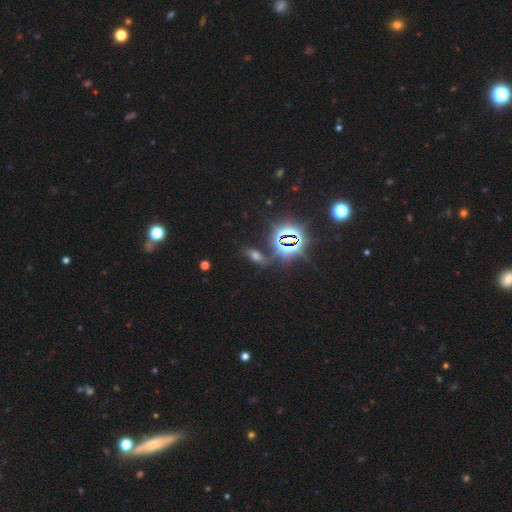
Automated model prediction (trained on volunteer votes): Smooth or featured? Predicted: star or artifact (p=0.47).